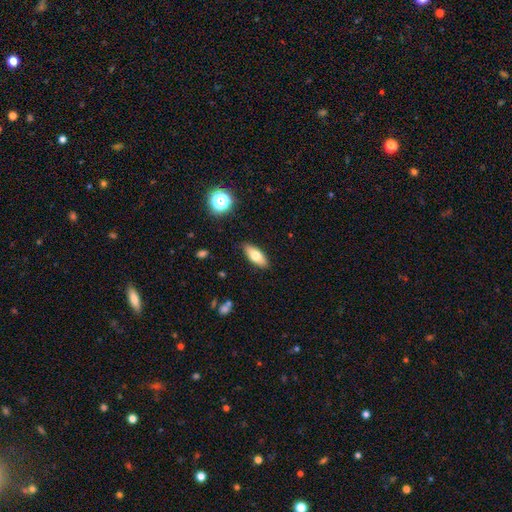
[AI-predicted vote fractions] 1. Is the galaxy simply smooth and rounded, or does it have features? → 72% smooth, 21% featured or disk, 7% star or artifact.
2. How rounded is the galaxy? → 77% in between, 20% cigar-shaped, 3% round.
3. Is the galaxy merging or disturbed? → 88% none, 9% minor disturbance, 2% major disturbance, 1% merger.